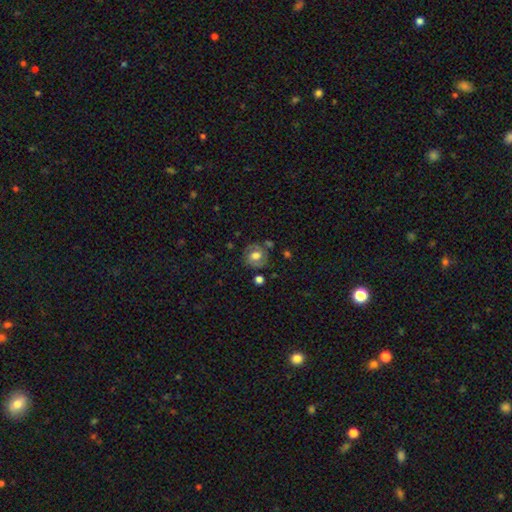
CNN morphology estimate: A featured or disk galaxy (53%) with no bar (57%), spiral arms (71%) and a moderate central bulge (52%).

Vote fractions:
- Smooth or featured? featured or disk: 53% / smooth: 38% / star or artifact: 9%
- Edge-on disk? no: 97% / yes: 3%
- Bar? no: 57% / weak: 33% / strong: 10%
- Spiral arms? yes: 71% / no: 29%
- Bulge size? moderate: 52% / large: 36% / small: 7% / dominant: 3% / none: 2%
- Merging? none: 73% / minor disturbance: 16% / major disturbance: 6% / merger: 4%